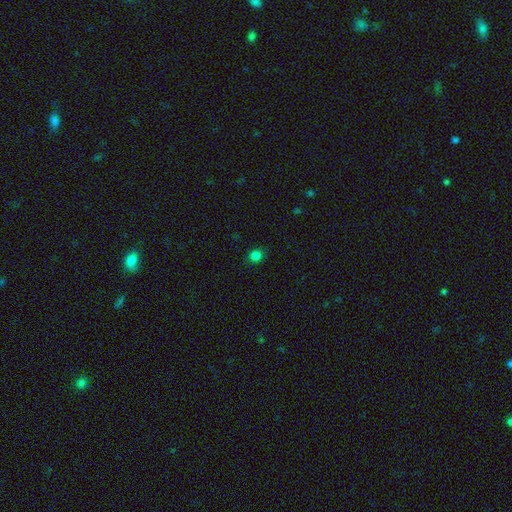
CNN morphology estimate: This is clearly a smooth galaxy (81%). How rounded: clearly round (83%). Merging: clearly none (89%).